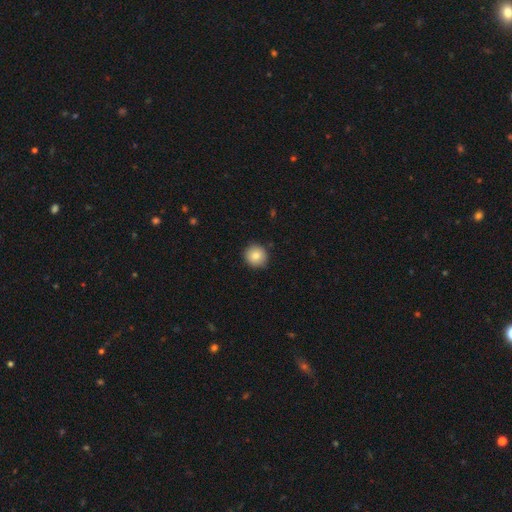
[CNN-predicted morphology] This is clearly a smooth galaxy (83%). How rounded: clearly round (91%). Merging: clearly none (89%).